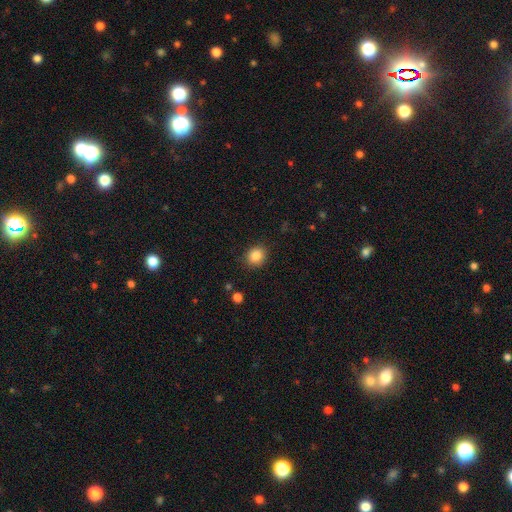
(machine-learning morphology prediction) Overall: smooth (84%). How rounded: round (79%). Merging: none (88%).